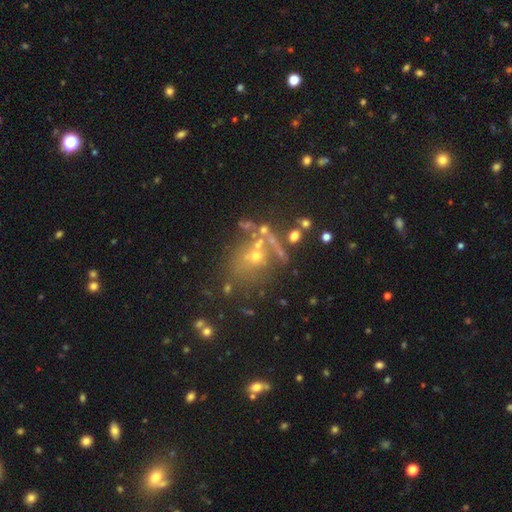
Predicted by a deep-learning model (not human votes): smooth_or_featured: star or artifact (p=0.46) [alt: smooth p=0.31]